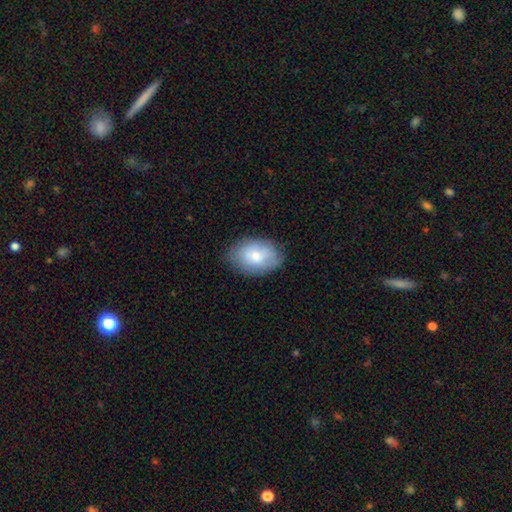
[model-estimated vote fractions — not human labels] Q: Smooth or featured?
A: smooth (67%); runner-up: featured or disk (26%)
Q: How rounded?
A: in between (85%); runner-up: round (14%)
Q: Merging?
A: none (75%); runner-up: minor disturbance (19%)